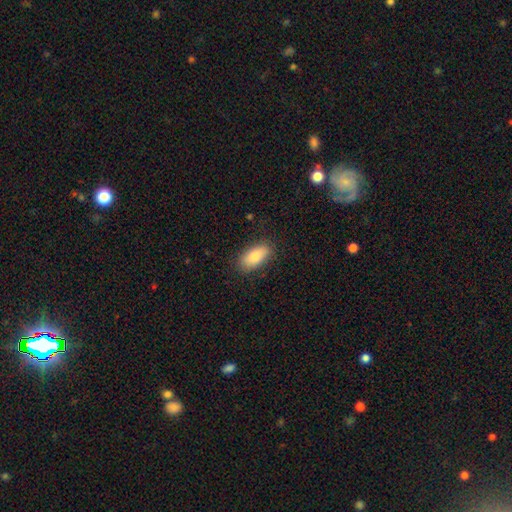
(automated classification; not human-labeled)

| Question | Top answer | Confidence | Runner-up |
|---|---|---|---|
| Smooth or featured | smooth | 82% | featured or disk (11%) |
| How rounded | in between | 90% | cigar-shaped (7%) |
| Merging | none | 85% | minor disturbance (11%) |